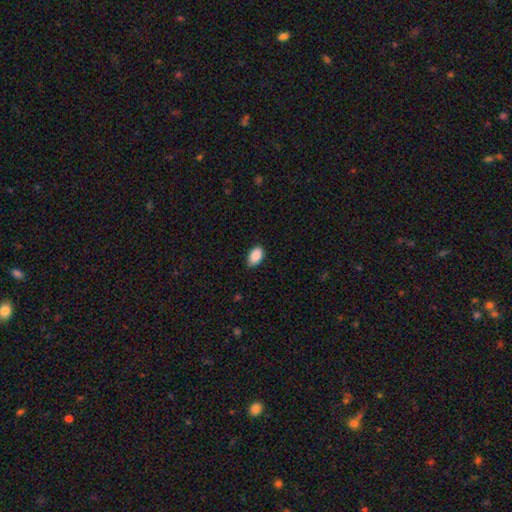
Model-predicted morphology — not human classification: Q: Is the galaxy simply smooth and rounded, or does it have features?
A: smooth — 90%.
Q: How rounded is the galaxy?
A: in between — 93%.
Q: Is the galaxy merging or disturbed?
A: none — 80%.